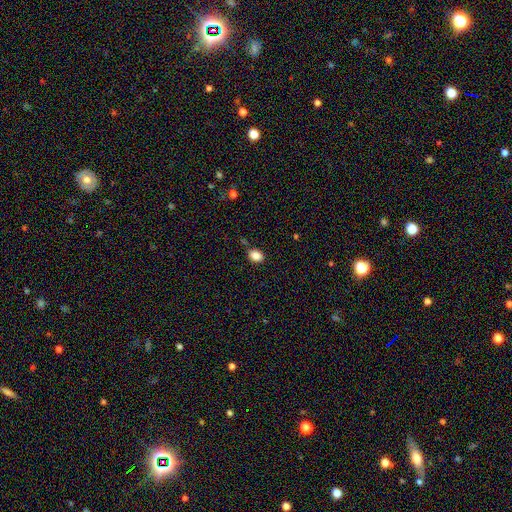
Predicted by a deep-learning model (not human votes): smooth-or-featured: smooth: 87% | star or artifact: 10% | featured or disk: 4%
  how-rounded: in between: 69% | round: 30% | cigar-shaped: 1%
  merging: none: 77% | minor disturbance: 15% | merger: 5% | major disturbance: 3%